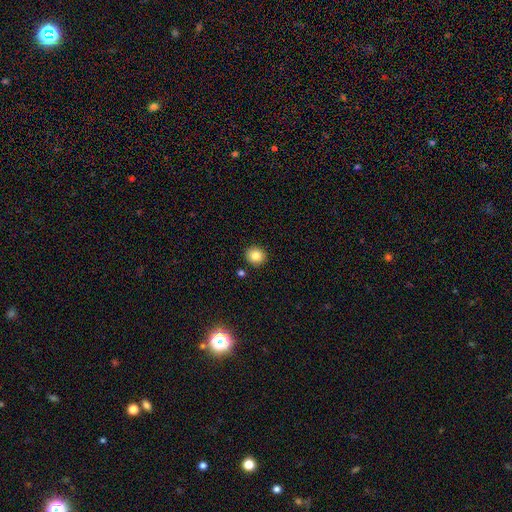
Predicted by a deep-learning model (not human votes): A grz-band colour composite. It shows a smooth galaxy with no disk features (82%) that is round (90%). Merging: none (90%).